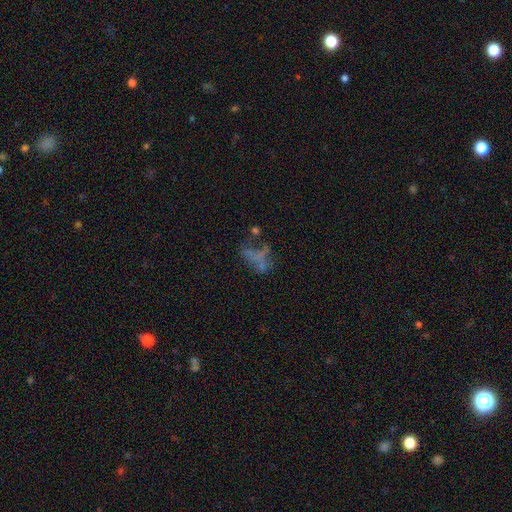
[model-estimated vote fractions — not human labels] Smooth or featured? featured or disk (40%)
Merging? none (36%)